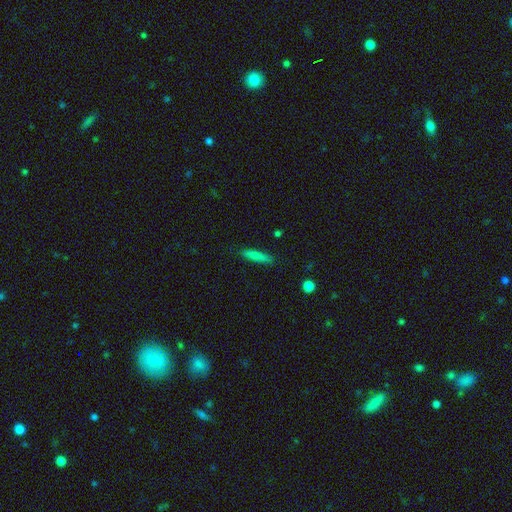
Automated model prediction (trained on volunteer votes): A smooth galaxy with no disk features (81%) that is cigar-shaped (85%).

Vote fractions:
- Smooth or featured? smooth: 81% / featured or disk: 11% / star or artifact: 7%
- How rounded? cigar-shaped: 85% / in between: 13% / round: 2%
- Merging? none: 86% / minor disturbance: 10% / major disturbance: 2% / merger: 1%